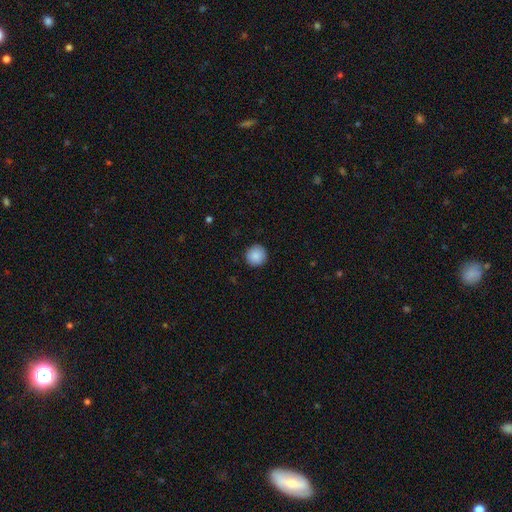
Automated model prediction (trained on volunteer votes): smooth_or_featured: smooth (p=0.89) [alt: star or artifact p=0.08]
how_rounded: round (p=0.95) [alt: in between p=0.04]
merging: none (p=0.92) [alt: minor disturbance p=0.06]